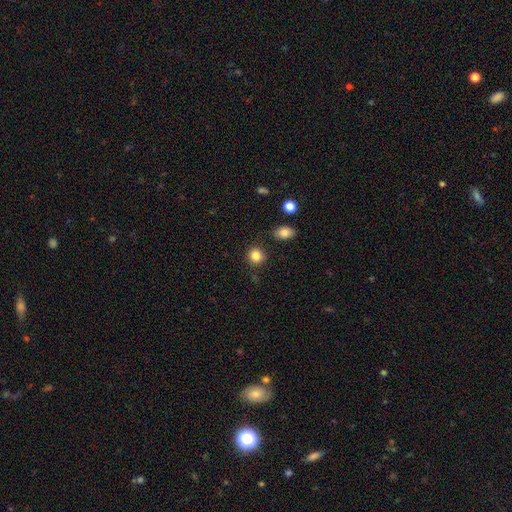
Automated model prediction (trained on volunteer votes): Overall: smooth (84%). How rounded: round (85%). Merging: none (84%).